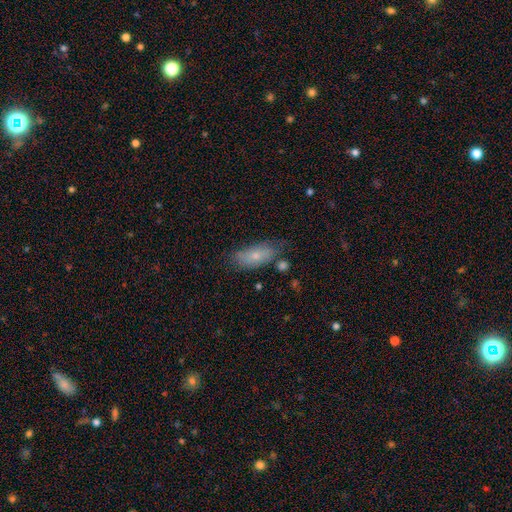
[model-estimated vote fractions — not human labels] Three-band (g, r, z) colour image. It shows a smooth galaxy with no disk features (68%) that is in between round and cigar-shaped (81%). Merging: none (58%).